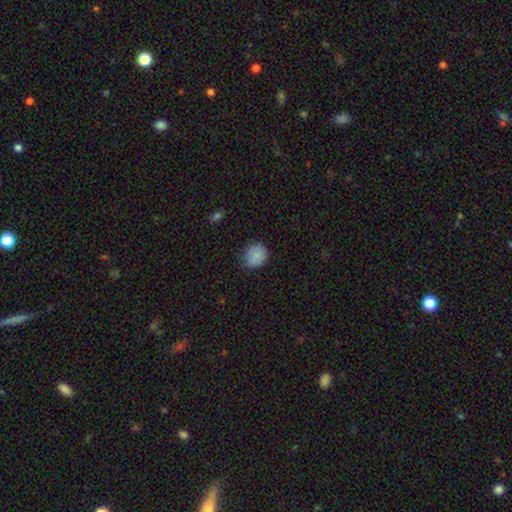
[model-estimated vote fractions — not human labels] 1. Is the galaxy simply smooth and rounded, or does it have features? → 83% smooth, 9% star or artifact, 7% featured or disk.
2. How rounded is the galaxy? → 77% round, 22% in between, 1% cigar-shaped.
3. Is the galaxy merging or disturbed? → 66% none, 27% minor disturbance, 5% major disturbance, 2% merger.